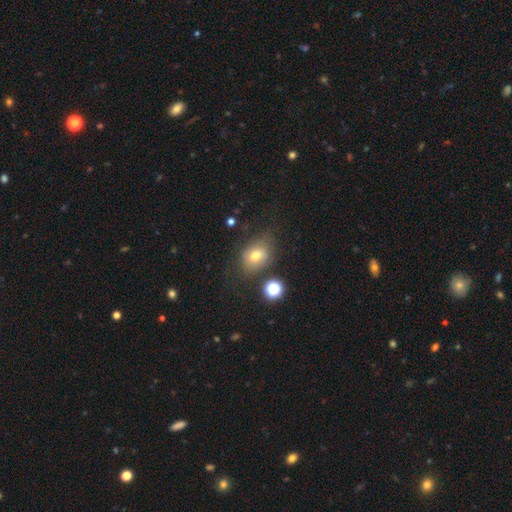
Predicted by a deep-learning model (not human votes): Morphology: type=smooth (70%); roundness=in between (58%); merging=none (66%).